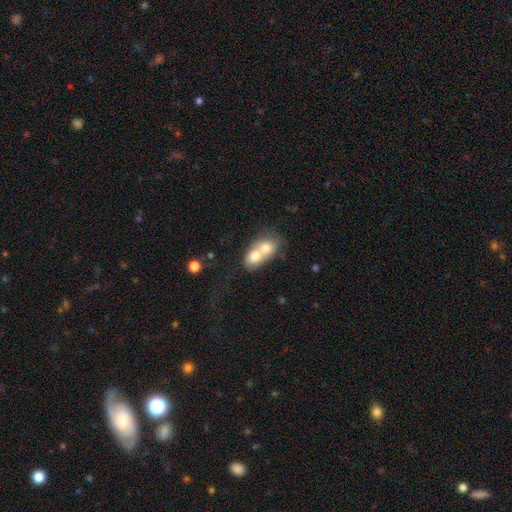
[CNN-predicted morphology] Smooth or featured? Predicted: smooth (p=0.69). How rounded? Predicted: in between (p=0.59). Merging? Predicted: merger (p=0.78).